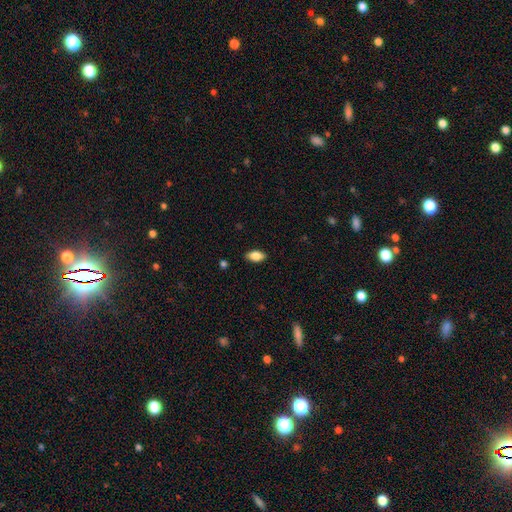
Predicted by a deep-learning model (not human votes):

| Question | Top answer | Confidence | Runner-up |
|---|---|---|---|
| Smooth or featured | smooth | 81% | featured or disk (11%) |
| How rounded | in between | 91% | cigar-shaped (6%) |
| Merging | none | 87% | minor disturbance (10%) |